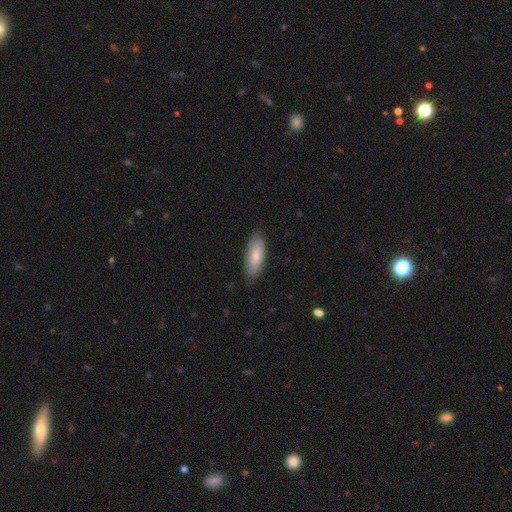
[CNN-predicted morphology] This appears to be a smooth galaxy with no disk features (74%) that is in between round and cigar-shaped (75%). Merging: none (80%).